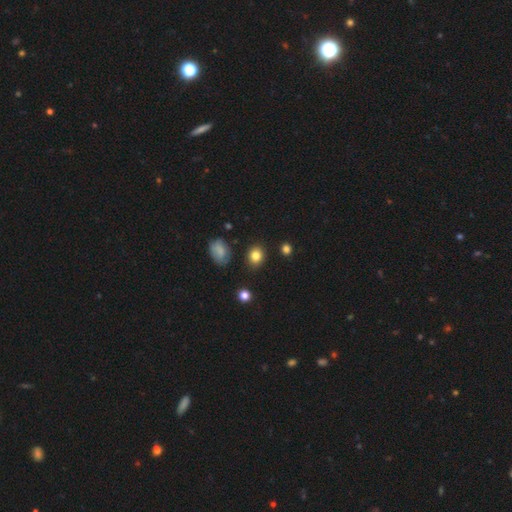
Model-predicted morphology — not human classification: A smooth galaxy with no disk features (83%) that is round (61%).

Vote fractions:
- Smooth or featured? smooth: 83% / star or artifact: 11% / featured or disk: 6%
- How rounded? round: 61% / in between: 38% / cigar-shaped: 1%
- Merging? none: 85% / minor disturbance: 10% / major disturbance: 3% / merger: 2%